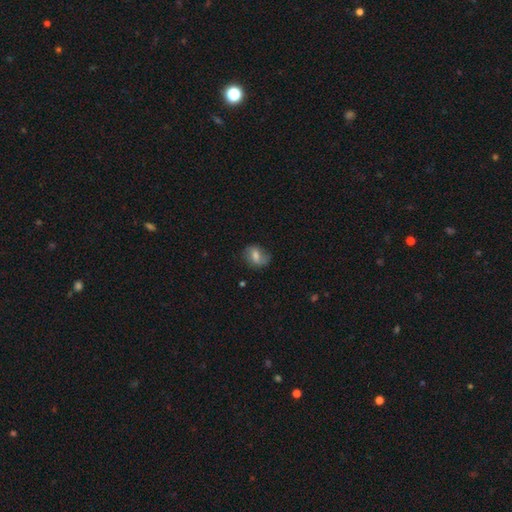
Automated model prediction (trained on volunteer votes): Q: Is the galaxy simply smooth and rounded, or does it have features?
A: smooth — 61%.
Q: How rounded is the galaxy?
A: in between — 63%.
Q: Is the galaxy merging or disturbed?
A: none — 64%.